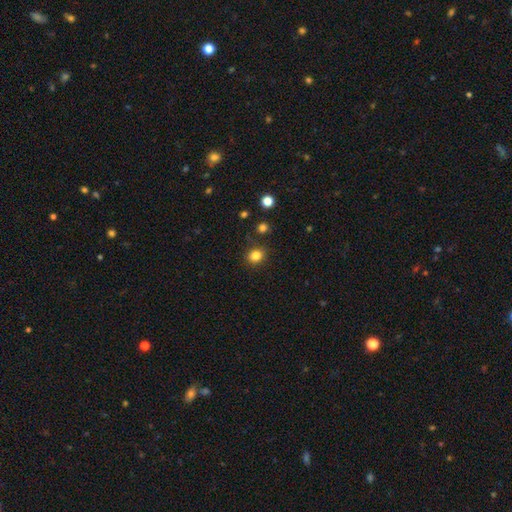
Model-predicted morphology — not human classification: This is clearly a smooth galaxy (83%). How rounded: likely round (74%). Merging: clearly none (85%).